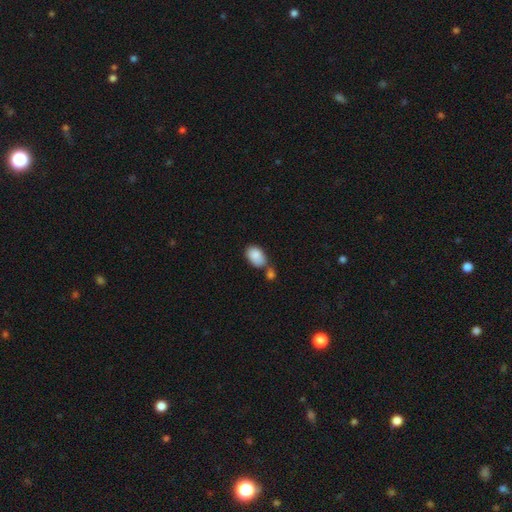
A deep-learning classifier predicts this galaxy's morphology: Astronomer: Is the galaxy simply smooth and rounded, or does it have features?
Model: smooth — 87%.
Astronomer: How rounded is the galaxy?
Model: in between — 89%.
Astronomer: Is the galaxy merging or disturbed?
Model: none — 41% (runner-up: merger, 36%).